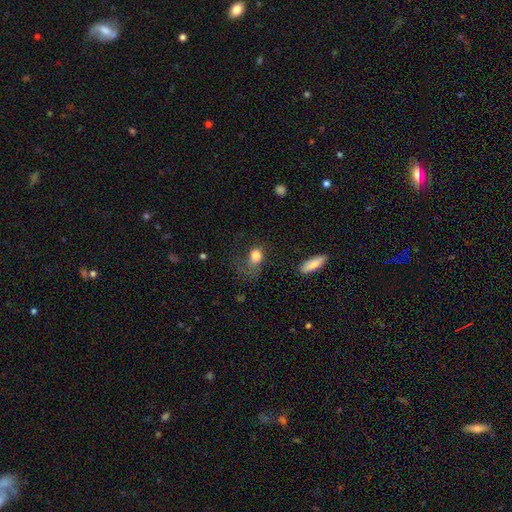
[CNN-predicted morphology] This is clearly a smooth galaxy (80%). How rounded: likely in between (64%). Merging: marginally major disturbance (42%).